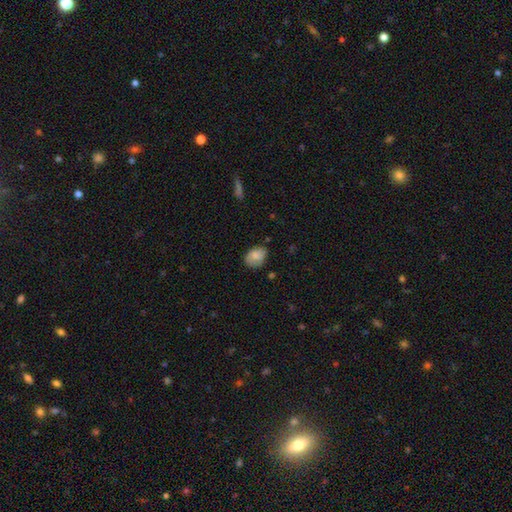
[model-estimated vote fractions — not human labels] smooth-or-featured: smooth: 80% | featured or disk: 12% | star or artifact: 8%
  how-rounded: in between: 68% | round: 31% | cigar-shaped: 1%
  merging: none: 64% | minor disturbance: 27% | major disturbance: 6% | merger: 2%